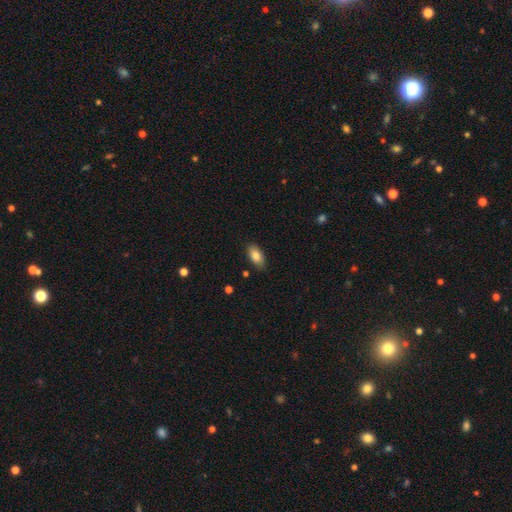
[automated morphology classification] The model was most divided on "merging": none: 85%, minor disturbance: 12%, major disturbance: 2%, merger: 1%. More confident: how rounded — in between (92%); smooth or featured — smooth (84%).